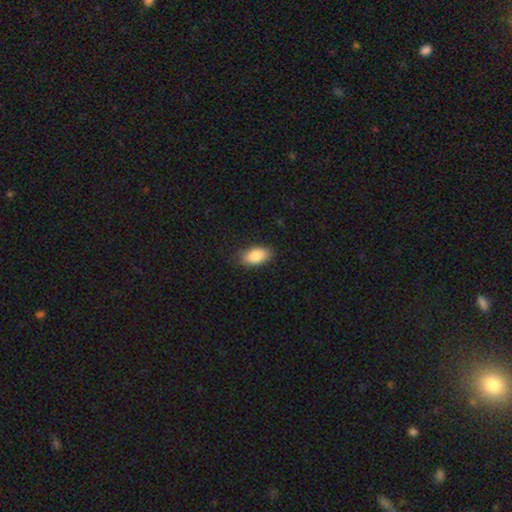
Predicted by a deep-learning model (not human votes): Smooth or featured: smooth — 86% (featured or disk — 7%)
How rounded: in between — 92% (round — 5%)
Merging: none — 83% (minor disturbance — 13%)